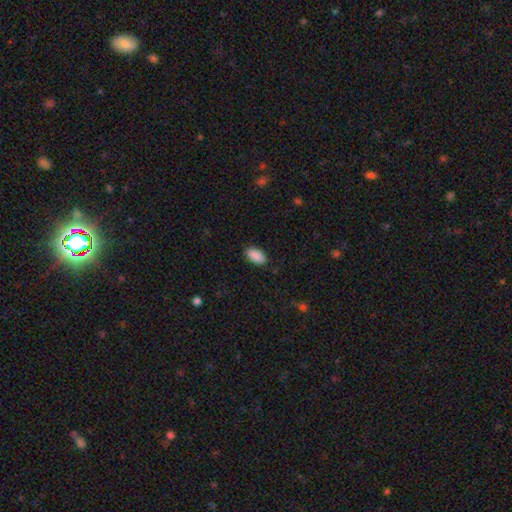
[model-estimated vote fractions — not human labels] A smooth galaxy with no disk features (90%) that is in between round and cigar-shaped (94%). Merging: none (87%).